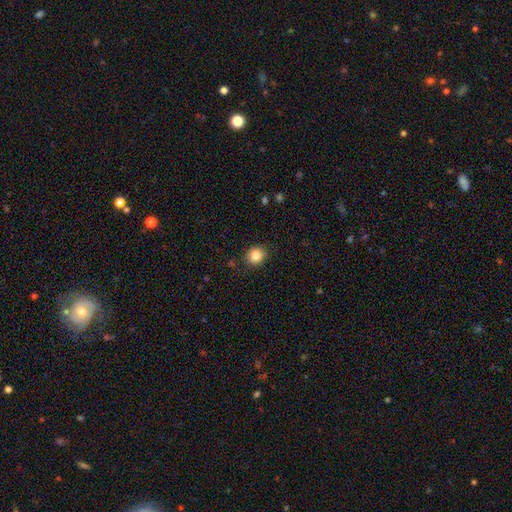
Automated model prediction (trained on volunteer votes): Smooth or featured: smooth — 85% (star or artifact — 10%)
How rounded: round — 77% (in between — 22%)
Merging: none — 86% (minor disturbance — 9%)